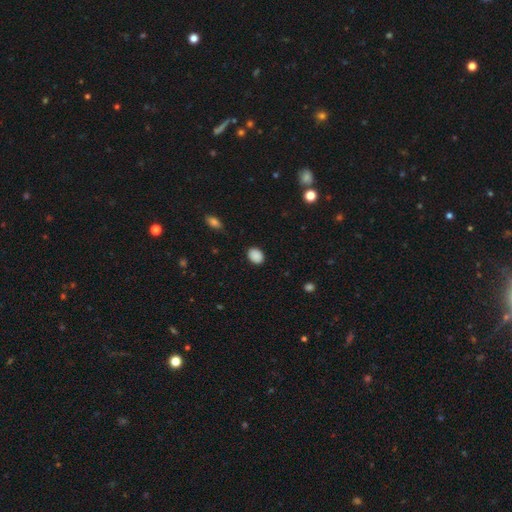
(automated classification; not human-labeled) The model was most divided on "how rounded": in between: 62%, round: 37%, cigar-shaped: 1%. More confident: smooth or featured — smooth (89%); merging — none (86%).